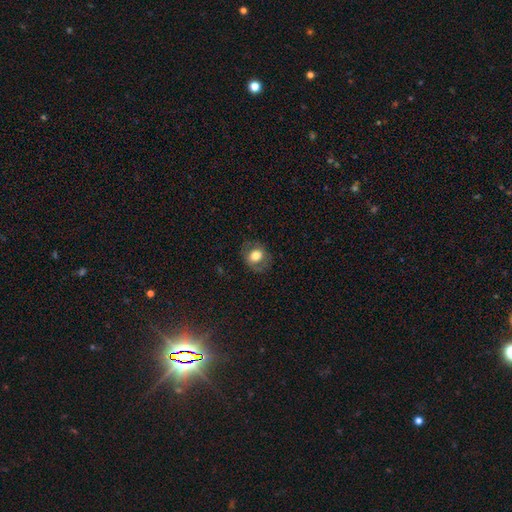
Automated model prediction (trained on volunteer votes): Q: Smooth or featured?
A: smooth (66%); runner-up: featured or disk (25%)
Q: How rounded?
A: round (61%); runner-up: in between (38%)
Q: Merging?
A: none (77%); runner-up: minor disturbance (15%)